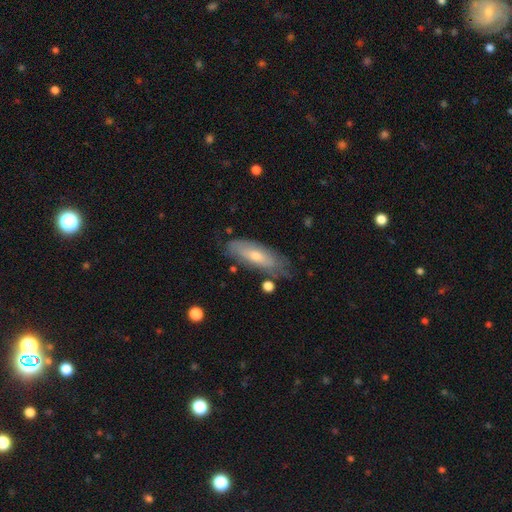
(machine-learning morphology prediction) type=smooth (51%); roundness=in between (60%); merging=none (68%).